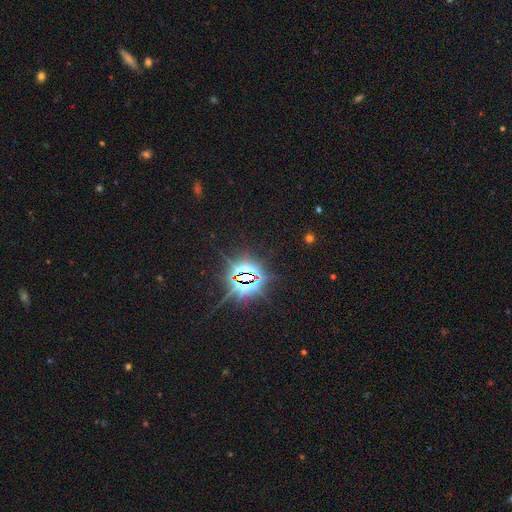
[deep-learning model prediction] Q: Smooth or featured?
A: star or artifact (86%); runner-up: smooth (7%)